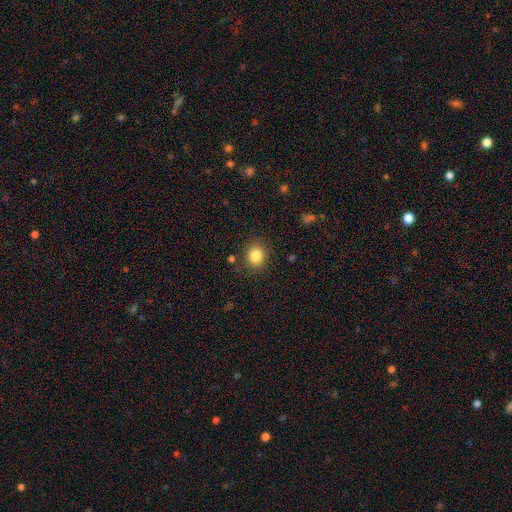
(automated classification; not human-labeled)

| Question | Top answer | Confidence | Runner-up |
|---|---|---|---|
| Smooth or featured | smooth | 84% | star or artifact (11%) |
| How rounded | round | 71% | in between (28%) |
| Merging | none | 86% | minor disturbance (9%) |